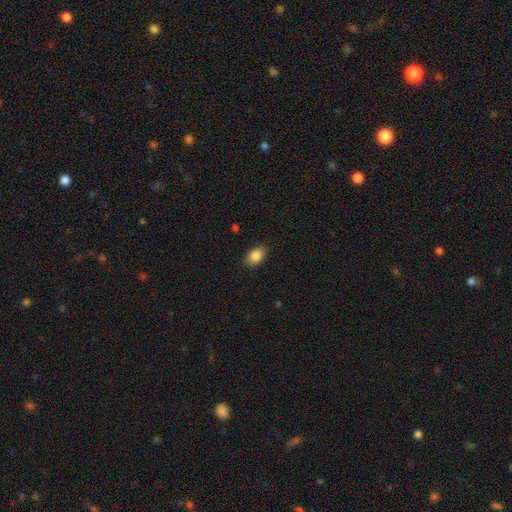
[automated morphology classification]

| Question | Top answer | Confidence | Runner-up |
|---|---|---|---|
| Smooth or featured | smooth | 86% | star or artifact (8%) |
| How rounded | in between | 89% | round (9%) |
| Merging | none | 85% | minor disturbance (11%) |